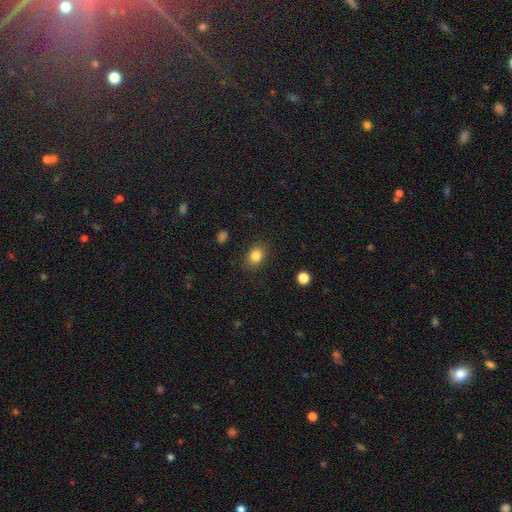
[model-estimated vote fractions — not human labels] The model was most divided on "how rounded": in between: 56%, round: 43%, cigar-shaped: 1%. More confident: merging — none (86%); smooth or featured — smooth (84%).